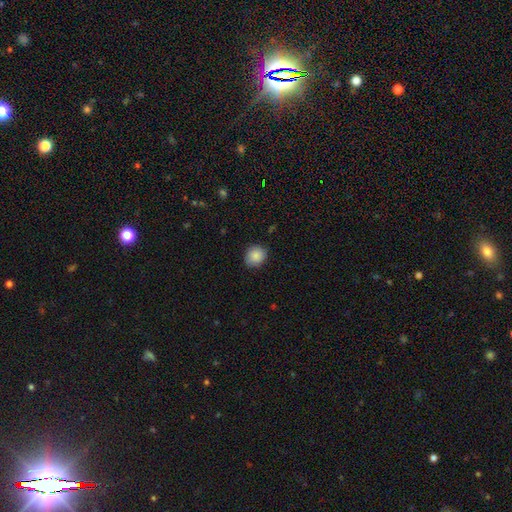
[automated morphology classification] A smooth galaxy with no disk features (87%) that is round (75%).

Vote fractions:
- Smooth or featured? smooth: 87% / star or artifact: 8% / featured or disk: 5%
- How rounded? round: 75% / in between: 24% / cigar-shaped: 1%
- Merging? none: 84% / minor disturbance: 13% / major disturbance: 2% / merger: 1%